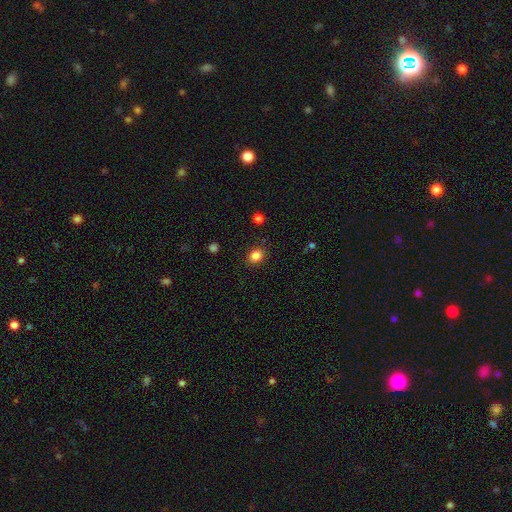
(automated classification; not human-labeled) Morphology: type=smooth (85%); roundness=round (54%); merging=none (87%).